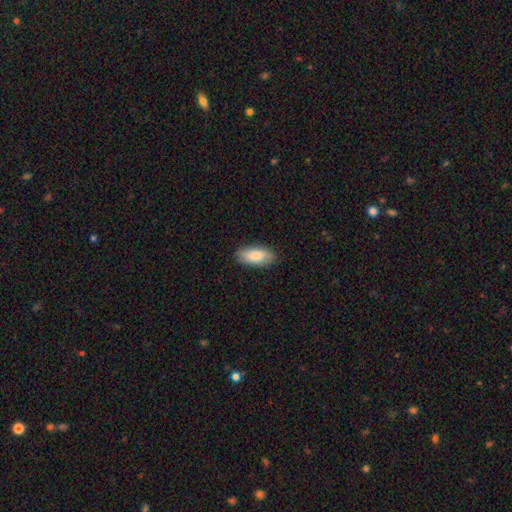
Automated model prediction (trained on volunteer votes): This appears to be a smooth galaxy with no disk features (85%) that is in between round and cigar-shaped (90%). Merging: none (87%).